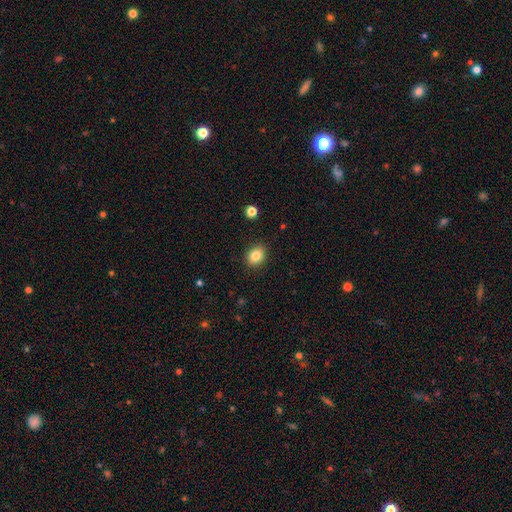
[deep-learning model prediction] A smooth galaxy with no disk features (83%) that is in between round and cigar-shaped (56%).

Vote fractions:
- Smooth or featured? smooth: 83% / star or artifact: 10% / featured or disk: 7%
- How rounded? in between: 56% / round: 43% / cigar-shaped: 1%
- Merging? none: 89% / minor disturbance: 8% / major disturbance: 2% / merger: 1%